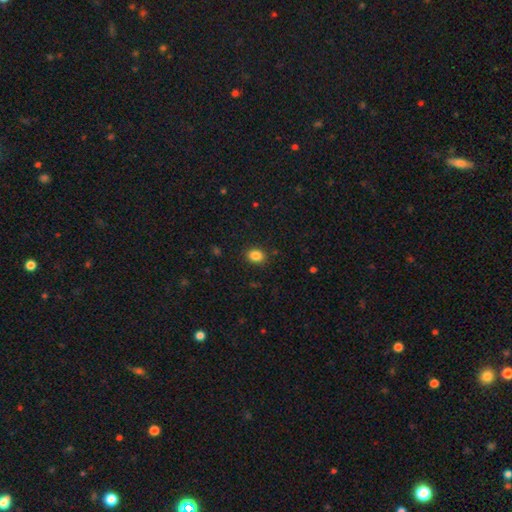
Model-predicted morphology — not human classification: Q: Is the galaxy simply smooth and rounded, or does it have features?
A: smooth — 85%.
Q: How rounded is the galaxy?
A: in between — 53%.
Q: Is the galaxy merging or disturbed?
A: none — 89%.